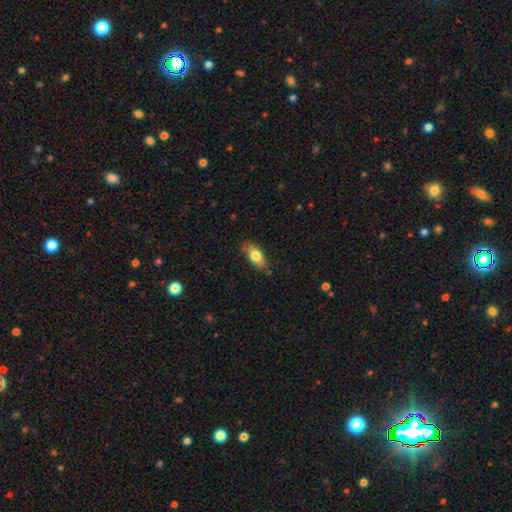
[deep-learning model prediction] smooth-or-featured: smooth: 76% | featured or disk: 17% | star or artifact: 7%
  how-rounded: in between: 85% | cigar-shaped: 12% | round: 4%
  merging: none: 81% | minor disturbance: 15% | major disturbance: 3% | merger: 2%